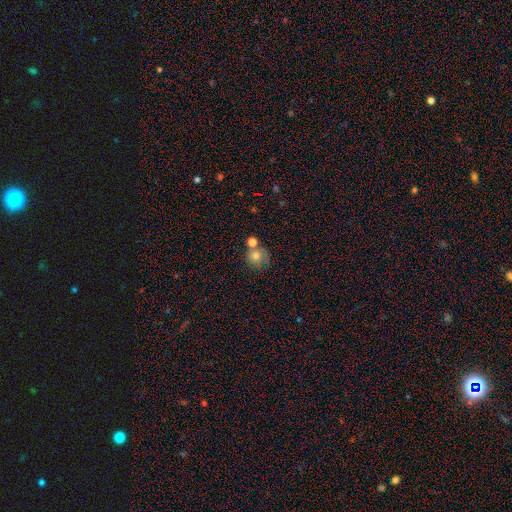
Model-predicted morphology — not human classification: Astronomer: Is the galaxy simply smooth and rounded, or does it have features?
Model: smooth — 75%.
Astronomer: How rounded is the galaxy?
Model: round — 86%.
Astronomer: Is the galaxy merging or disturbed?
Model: none — 53%.